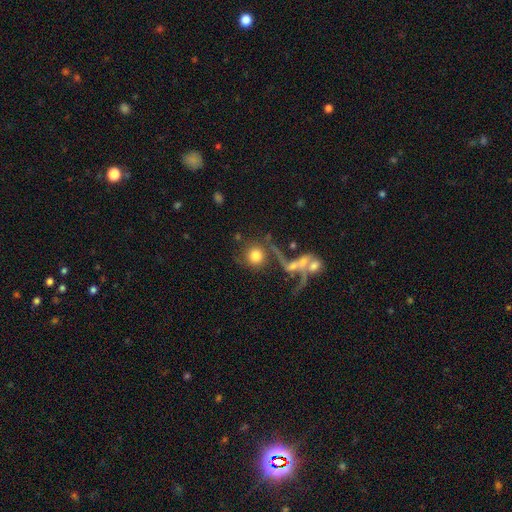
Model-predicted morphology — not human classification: smooth-or-featured: smooth: 67% | featured or disk: 22% | star or artifact: 11%
  how-rounded: round: 90% | in between: 8% | cigar-shaped: 2%
  merging: none: 48% | merger: 26% | major disturbance: 16% | minor disturbance: 11%